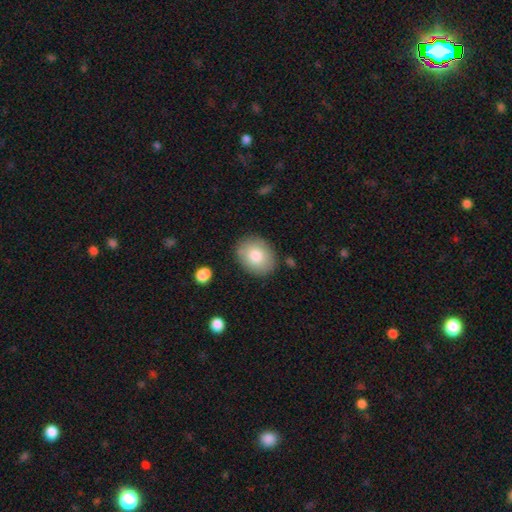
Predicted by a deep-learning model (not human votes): The model was most divided on "how rounded": in between: 54%, round: 45%, cigar-shaped: 1%. More confident: merging — none (84%); smooth or featured — smooth (81%).